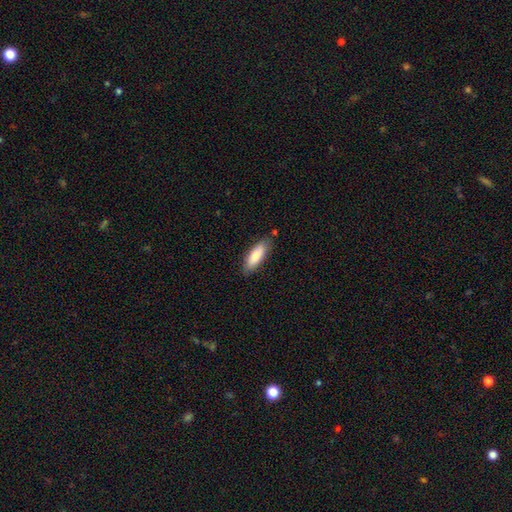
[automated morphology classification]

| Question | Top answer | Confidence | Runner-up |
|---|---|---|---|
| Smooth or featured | smooth | 86% | featured or disk (9%) |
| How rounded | in between | 58% | cigar-shaped (41%) |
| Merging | none | 81% | minor disturbance (14%) |